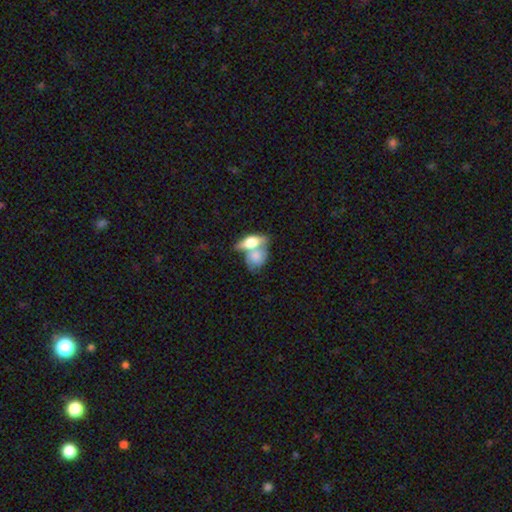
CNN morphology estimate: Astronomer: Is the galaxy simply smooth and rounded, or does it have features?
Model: smooth — 62%.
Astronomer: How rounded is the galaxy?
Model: in between — 75%.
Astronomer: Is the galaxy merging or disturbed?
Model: merger — 63%.